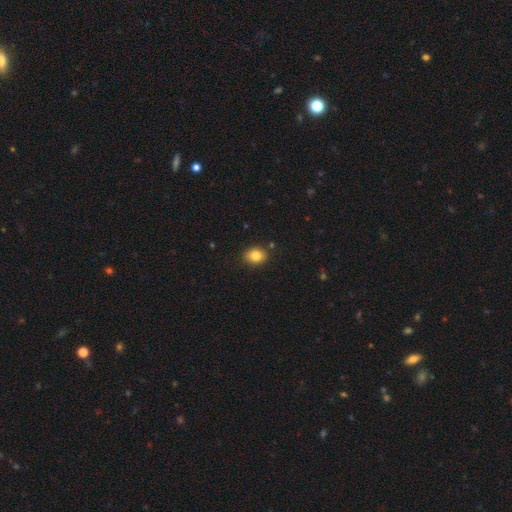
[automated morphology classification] Overall: smooth (83%). How rounded: in between (52%; round 47%). Merging: none (87%).